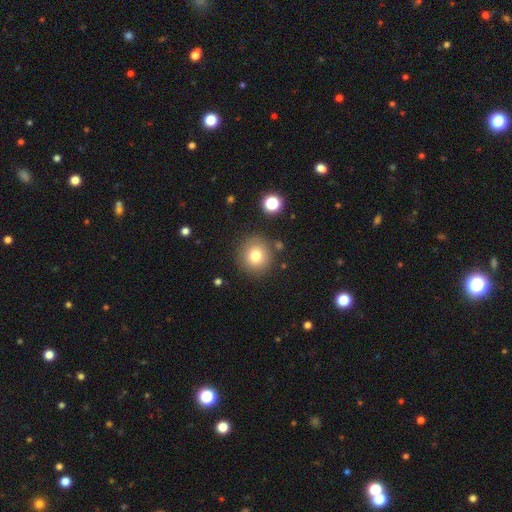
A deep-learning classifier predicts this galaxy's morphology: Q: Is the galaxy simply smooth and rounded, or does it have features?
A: smooth — 78%.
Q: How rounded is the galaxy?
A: round — 92%.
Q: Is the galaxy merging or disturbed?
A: none — 84%.